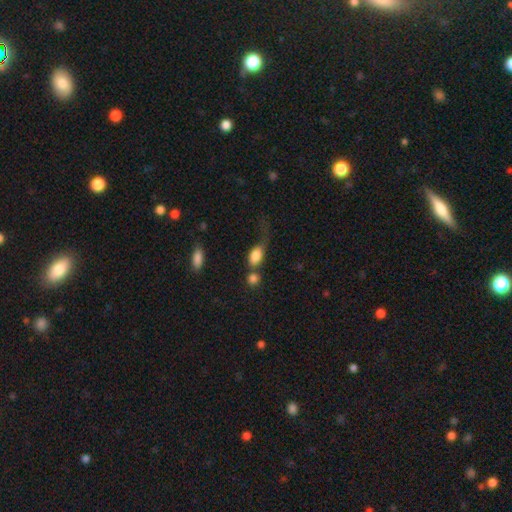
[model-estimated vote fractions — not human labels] The model was most divided on "merging": merger: 37%, none: 25%, major disturbance: 22%, minor disturbance: 16%. More confident: smooth or featured — smooth (82%); how rounded — in between (80%).